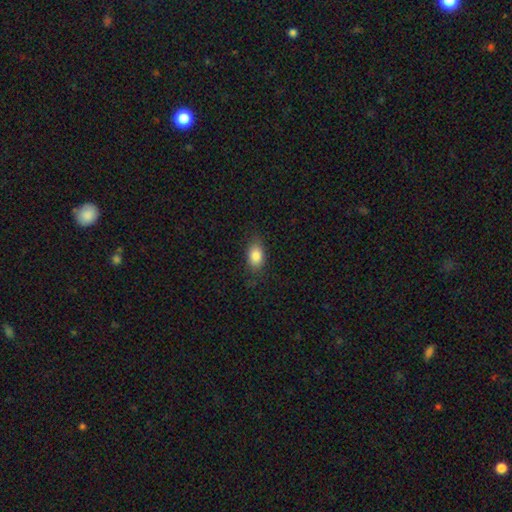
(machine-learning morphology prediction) This appears to be a smooth galaxy with no disk features (85%) that is in between round and cigar-shaped (87%). Merging: none (80%).